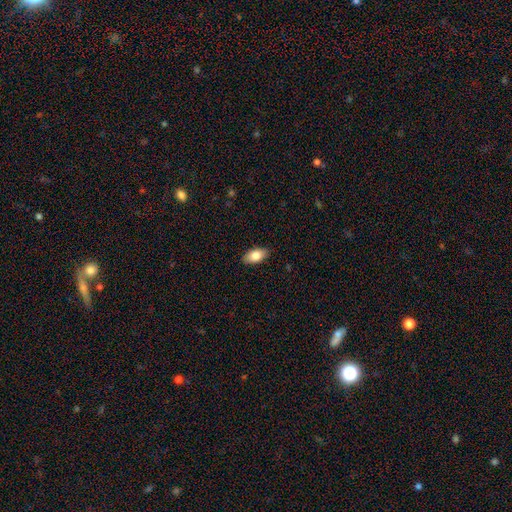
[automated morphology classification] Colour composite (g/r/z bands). It shows a smooth galaxy with no disk features (82%) that is in between round and cigar-shaped (92%). Merging: none (88%).